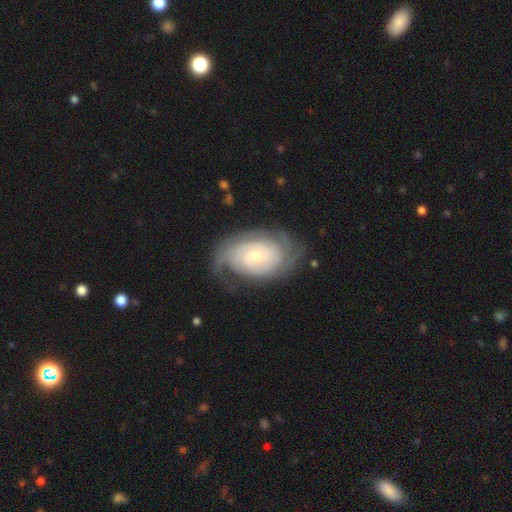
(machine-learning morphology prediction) This is clearly a featured or disk galaxy (82%). It is clearly not viewed edge-on (97%). Bar: likely no (63%). Spiral arm pattern: clearly yes (96%). Spiral arm count: marginally 2 (37%). Spiral winding: likely tight (66%). Central bulge: possibly small (57%). Merging: likely none (70%).